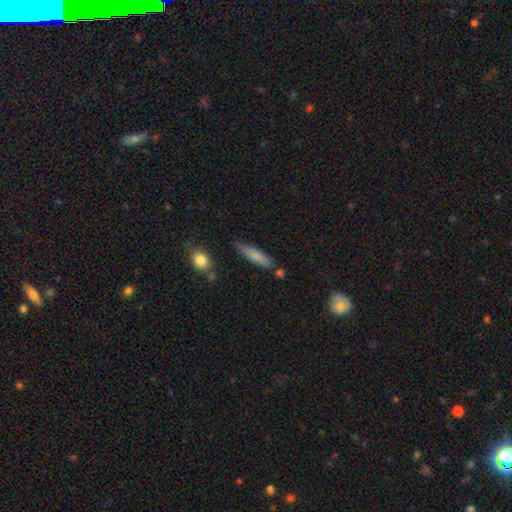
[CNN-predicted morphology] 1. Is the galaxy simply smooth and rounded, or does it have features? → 78% smooth, 16% featured or disk, 7% star or artifact.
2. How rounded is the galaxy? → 79% cigar-shaped, 19% in between, 2% round.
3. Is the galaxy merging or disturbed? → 71% none, 19% minor disturbance, 6% merger, 4% major disturbance.